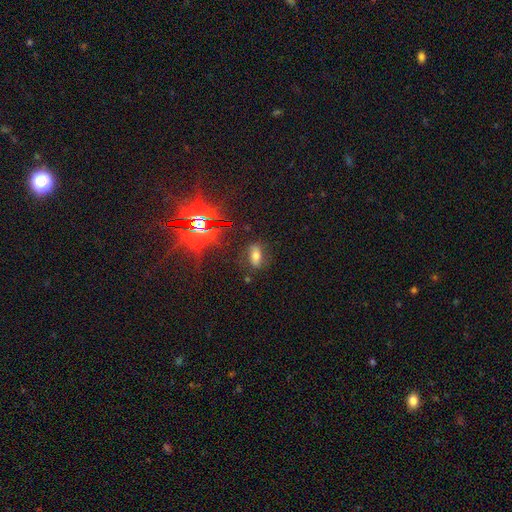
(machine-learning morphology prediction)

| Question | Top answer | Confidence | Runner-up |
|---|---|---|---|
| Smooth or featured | smooth | 49% | star or artifact (29%) |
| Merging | none | 80% | minor disturbance (12%) |